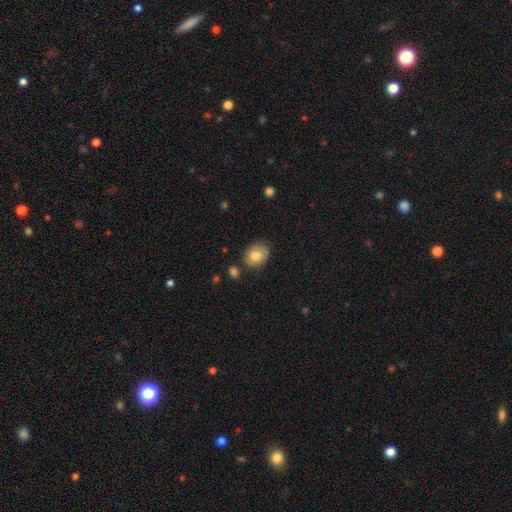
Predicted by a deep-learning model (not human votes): A smooth galaxy with no disk features (79%) that is in between round and cigar-shaped (53%). Merging: none (78%).